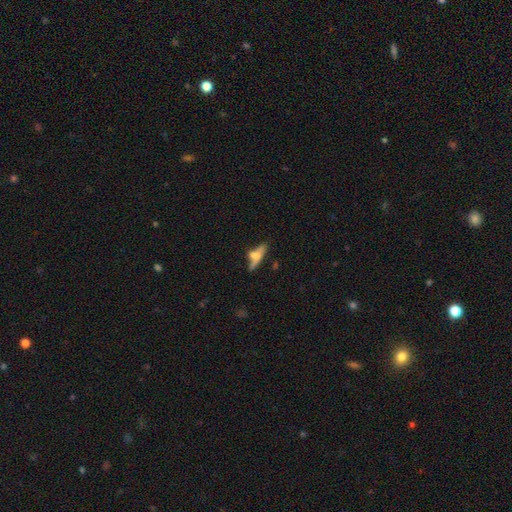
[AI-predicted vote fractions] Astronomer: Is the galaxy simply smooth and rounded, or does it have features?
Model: smooth — 52% (runner-up: featured or disk, 38%).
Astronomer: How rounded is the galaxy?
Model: cigar-shaped — 64%.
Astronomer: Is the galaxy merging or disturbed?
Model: none — 42% (runner-up: merger, 25%).